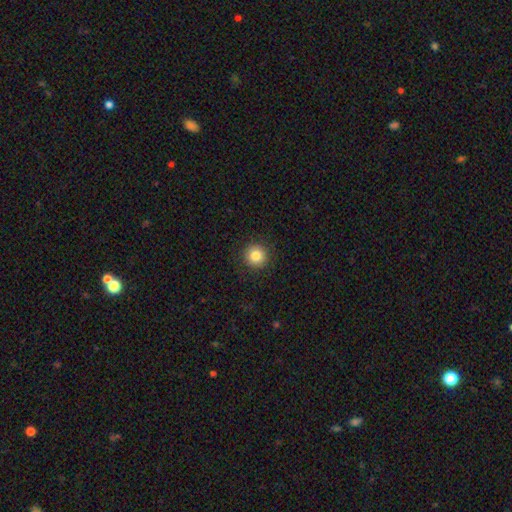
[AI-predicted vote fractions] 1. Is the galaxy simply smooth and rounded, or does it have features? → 82% smooth, 11% star or artifact, 7% featured or disk.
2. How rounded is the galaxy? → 95% round, 4% in between, 1% cigar-shaped.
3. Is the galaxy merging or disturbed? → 91% none, 6% minor disturbance, 2% major disturbance, 1% merger.